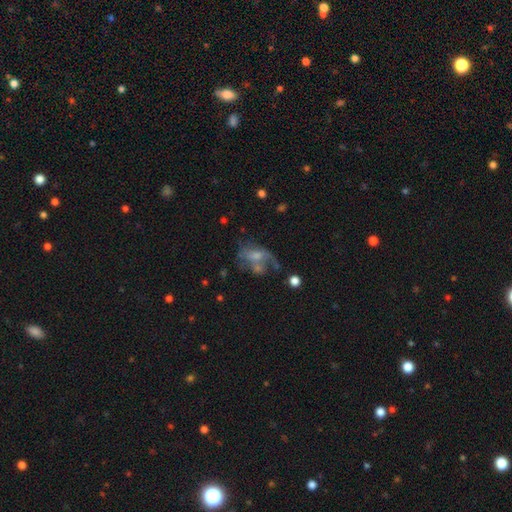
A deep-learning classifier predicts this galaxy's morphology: type=featured or disk (52%); edge-on=no (95%); merging=major disturbance (37%).